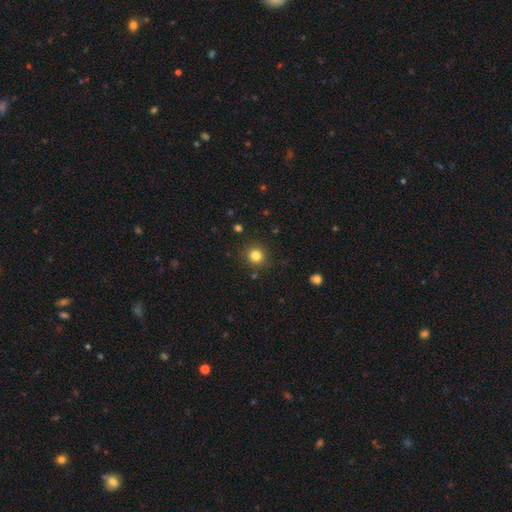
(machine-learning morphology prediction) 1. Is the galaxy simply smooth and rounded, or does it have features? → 82% smooth, 13% star or artifact, 5% featured or disk.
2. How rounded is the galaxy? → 93% round, 6% in between, 1% cigar-shaped.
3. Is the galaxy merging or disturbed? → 90% none, 6% minor disturbance, 2% major disturbance, 2% merger.